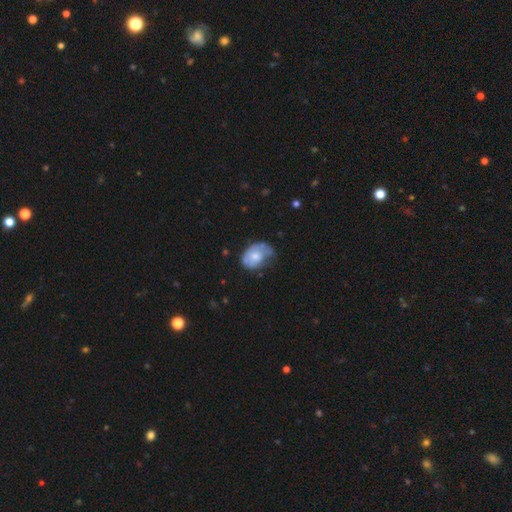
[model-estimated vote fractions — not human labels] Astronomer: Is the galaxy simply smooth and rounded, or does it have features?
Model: smooth — 55% (runner-up: featured or disk, 38%).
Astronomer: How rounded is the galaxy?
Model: in between — 72%.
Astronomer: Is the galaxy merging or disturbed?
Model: minor disturbance — 38% (runner-up: none, 37%).